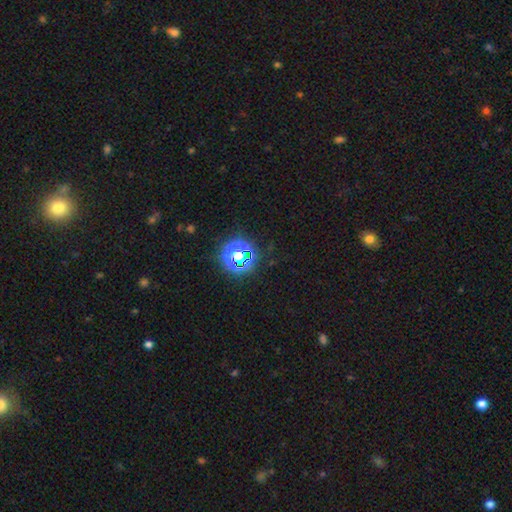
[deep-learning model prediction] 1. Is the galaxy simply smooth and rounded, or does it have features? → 75% star or artifact, 19% smooth, 6% featured or disk.